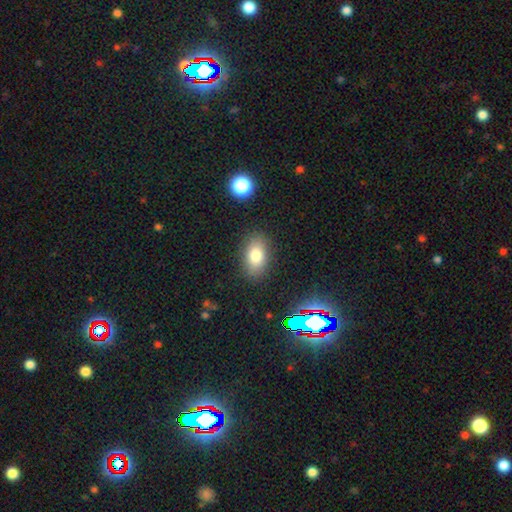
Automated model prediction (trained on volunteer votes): This appears to be a smooth galaxy with no disk features (80%) that is in between round and cigar-shaped (88%). Merging: none (86%).